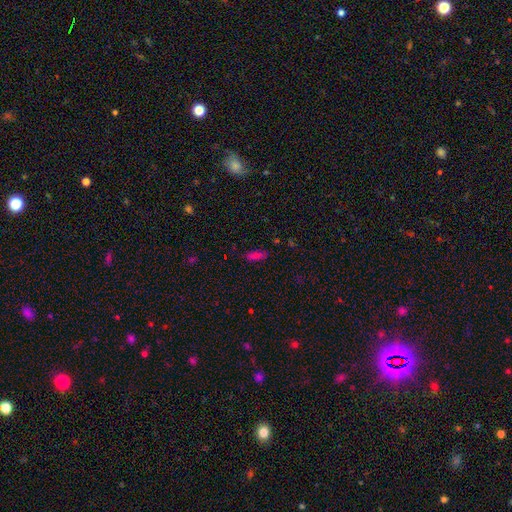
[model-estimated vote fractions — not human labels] A smooth galaxy with no disk features (76%) that is in between round and cigar-shaped (69%).

Vote fractions:
- Smooth or featured? smooth: 76% / star or artifact: 16% / featured or disk: 9%
- How rounded? in between: 69% / cigar-shaped: 28% / round: 3%
- Merging? none: 80% / minor disturbance: 15% / major disturbance: 3% / merger: 2%